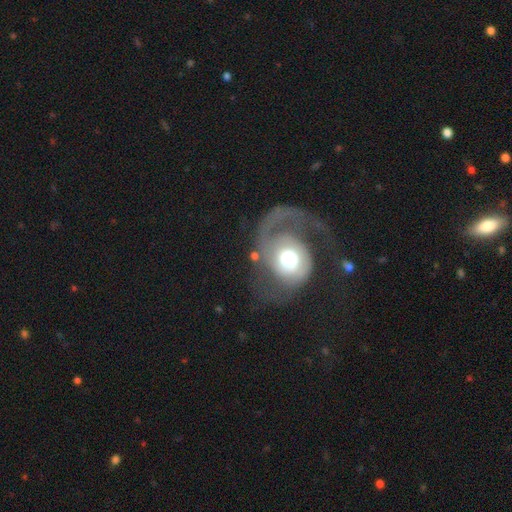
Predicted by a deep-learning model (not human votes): A featured or disk galaxy (77%) with no bar (76%), 1 (66%) medium (39%) spiral arms (88%) and a moderate central bulge (59%). Merging: major disturbance (46%).